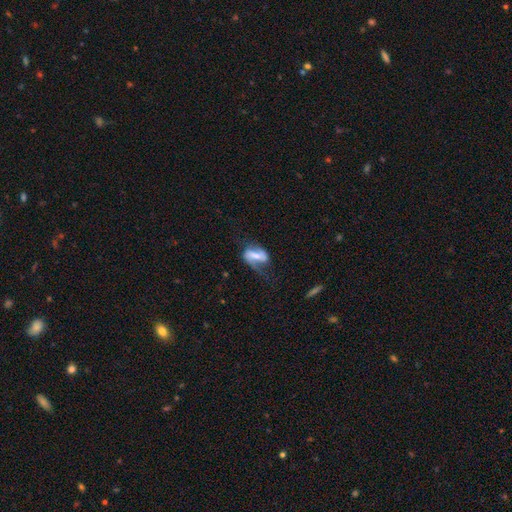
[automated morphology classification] Smooth or featured?
  - featured or disk: 66% *
  - smooth: 27%
  - star or artifact: 7%
Edge-on disk?
  - no: 94% *
  - yes: 6%
Bar?
  - strong: 54% *
  - weak: 29%
  - no: 18%
Spiral arms?
  - yes: 80% *
  - no: 20%
Bulge size?
  - moderate: 40% *
  - small: 38%
  - none: 11%
  - large: 8%
  - dominant: 2%
Merging?
  - none: 45% *
  - major disturbance: 25%
  - minor disturbance: 24%
  - merger: 5%